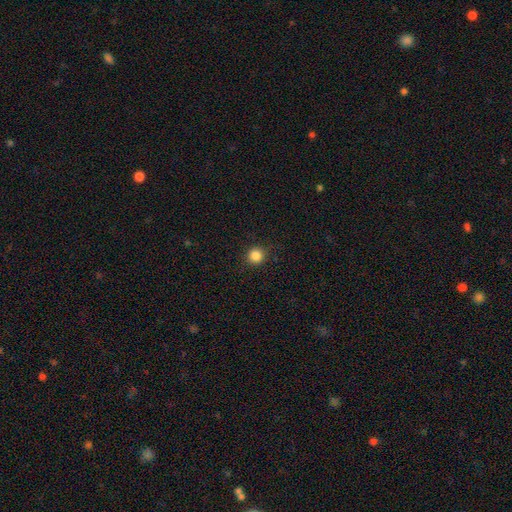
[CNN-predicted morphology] type=smooth (85%); roundness=round (93%); merging=none (90%).